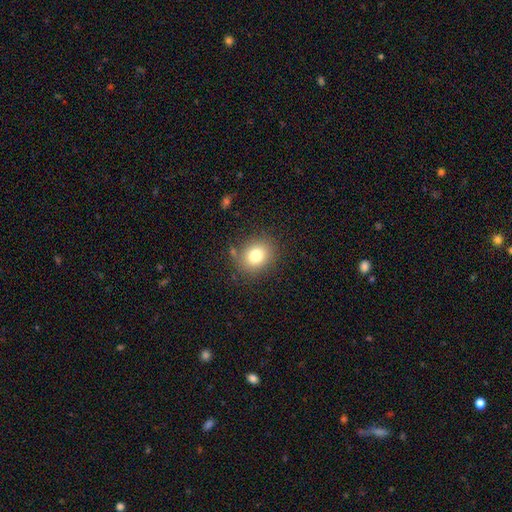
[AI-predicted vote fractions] A smooth galaxy with no disk features (79%) that is round (66%).

Vote fractions:
- Smooth or featured? smooth: 79% / star or artifact: 11% / featured or disk: 10%
- How rounded? round: 66% / in between: 33% / cigar-shaped: 1%
- Merging? none: 80% / minor disturbance: 13% / major disturbance: 4% / merger: 3%